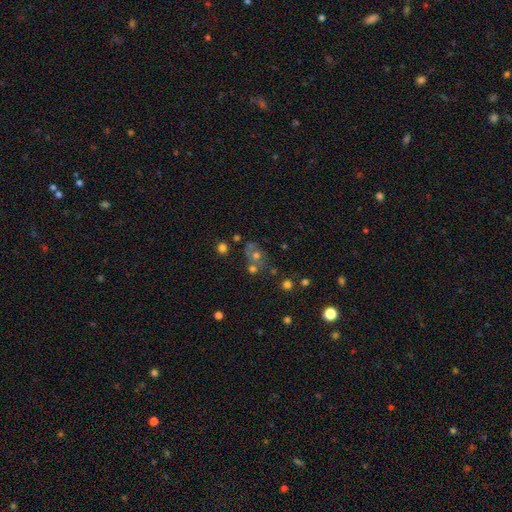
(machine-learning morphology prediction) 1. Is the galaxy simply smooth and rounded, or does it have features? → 43% smooth, 32% star or artifact, 25% featured or disk.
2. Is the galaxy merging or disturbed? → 50% none, 29% merger, 12% minor disturbance, 8% major disturbance.